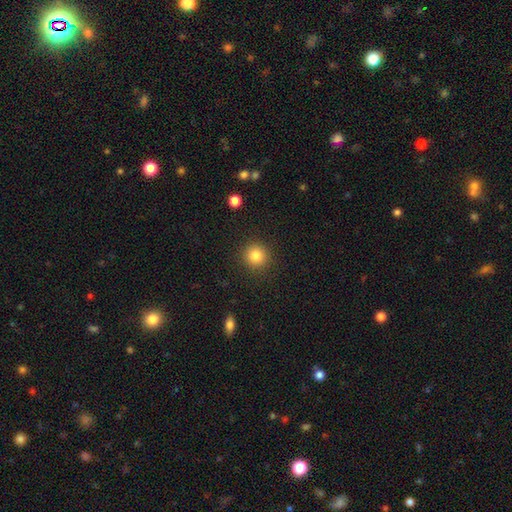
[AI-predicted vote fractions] The model was most divided on "smooth or featured": smooth: 83%, star or artifact: 11%, featured or disk: 6%. More confident: how rounded — round (93%); merging — none (91%).